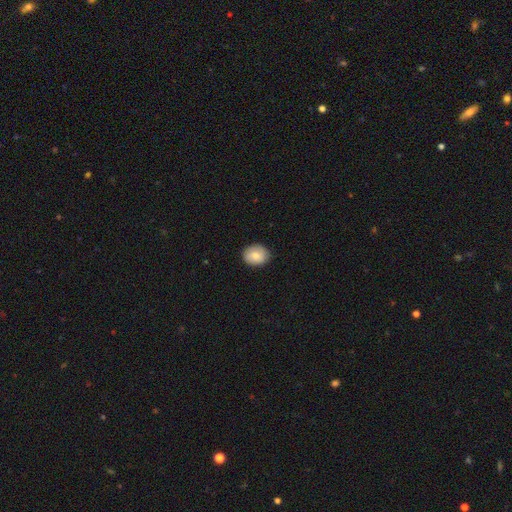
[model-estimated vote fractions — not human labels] Smooth or featured: smooth — 80% (featured or disk — 13%)
How rounded: round — 55% (in between — 44%)
Merging: none — 87% (minor disturbance — 10%)